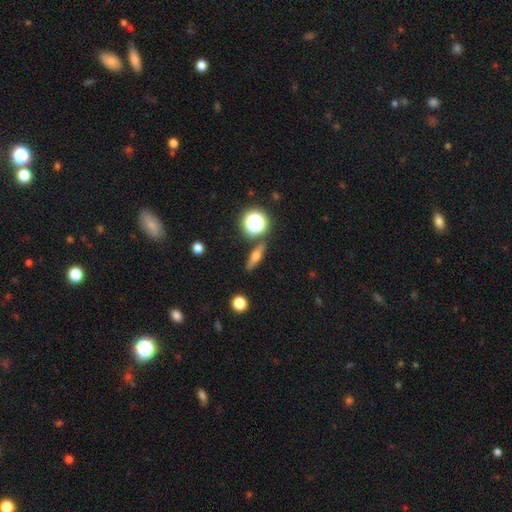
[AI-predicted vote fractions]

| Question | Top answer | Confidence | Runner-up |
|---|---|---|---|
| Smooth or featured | smooth | 49% | featured or disk (38%) |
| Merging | none | 86% | minor disturbance (8%) |